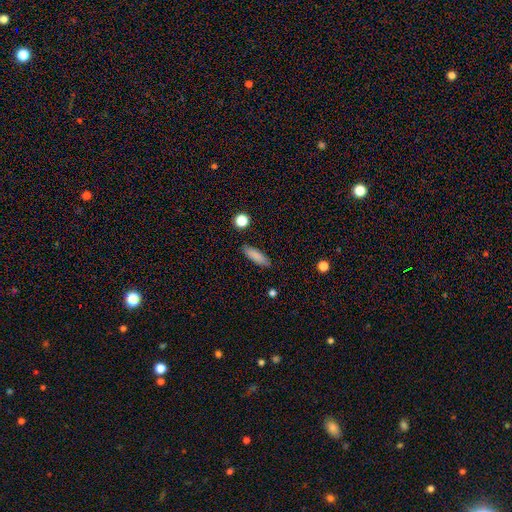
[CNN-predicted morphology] This is clearly a smooth galaxy (85%). How rounded: possibly cigar-shaped (55%). Merging: clearly none (86%).